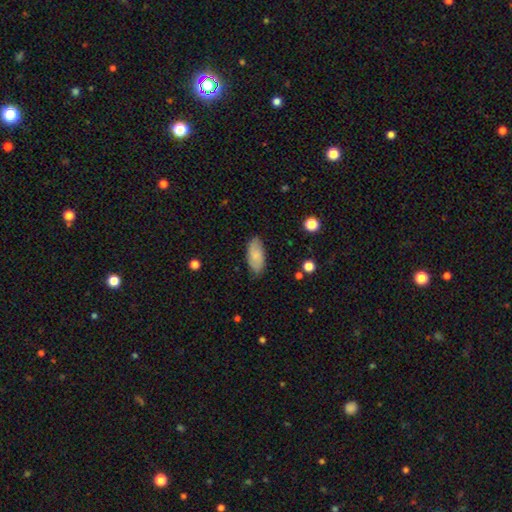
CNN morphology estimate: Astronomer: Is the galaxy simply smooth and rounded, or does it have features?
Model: smooth — 74%.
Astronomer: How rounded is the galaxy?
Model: in between — 91%.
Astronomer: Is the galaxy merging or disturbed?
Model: none — 82%.